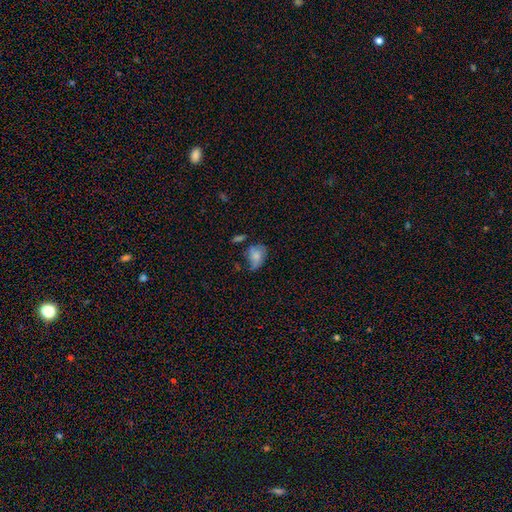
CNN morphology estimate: smooth_or_featured: smooth (p=0.68) [alt: featured or disk p=0.23]
how_rounded: in between (p=0.71) [alt: round p=0.27]
merging: minor disturbance (p=0.36) [alt: none p=0.35]